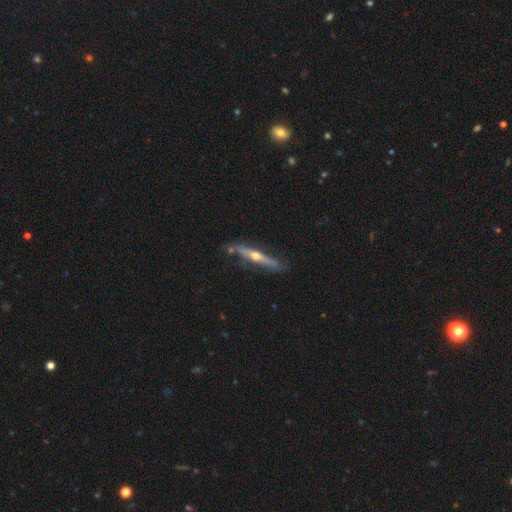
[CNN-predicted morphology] smooth_or_featured: featured or disk (p=0.73) [alt: smooth p=0.22]
disk_edge_on: yes (p=0.94) [alt: no p=0.06]
edge_on_bulge: rounded (p=0.92) [alt: none p=0.06]
merging: none (p=0.77) [alt: minor disturbance p=0.16]